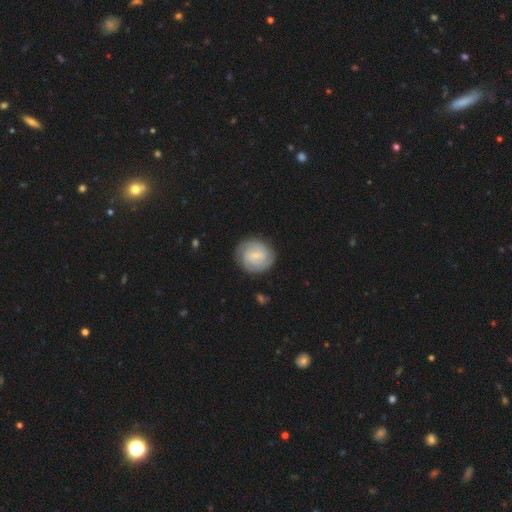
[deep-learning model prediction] smooth_or_featured: featured or disk (p=0.70) [alt: smooth p=0.24]
disk_edge_on: no (p=0.98) [alt: yes p=0.02]
bar: weak (p=0.58) [alt: no p=0.27]
has_spiral_arms: yes (p=0.92) [alt: no p=0.08]
spiral_winding: tight (p=0.70) [alt: medium p=0.24]
spiral_arm_count: 2 (p=0.36) [alt: can't tell p=0.34]
bulge_size: small (p=0.73) [alt: moderate p=0.16]
merging: none (p=0.81) [alt: minor disturbance p=0.13]